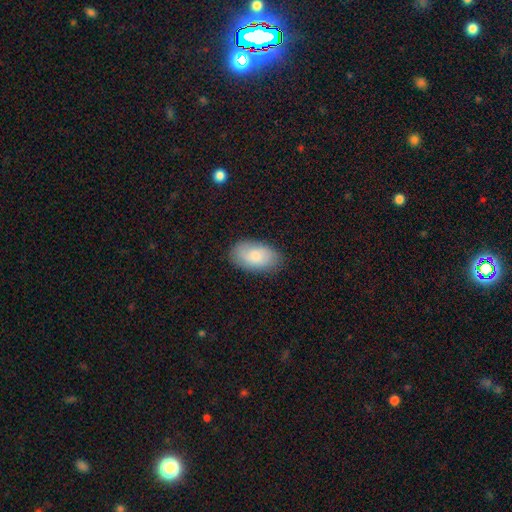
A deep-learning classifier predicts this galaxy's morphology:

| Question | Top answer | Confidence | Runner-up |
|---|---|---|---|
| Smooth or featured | smooth | 79% | featured or disk (15%) |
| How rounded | in between | 94% | round (4%) |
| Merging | none | 84% | minor disturbance (13%) |